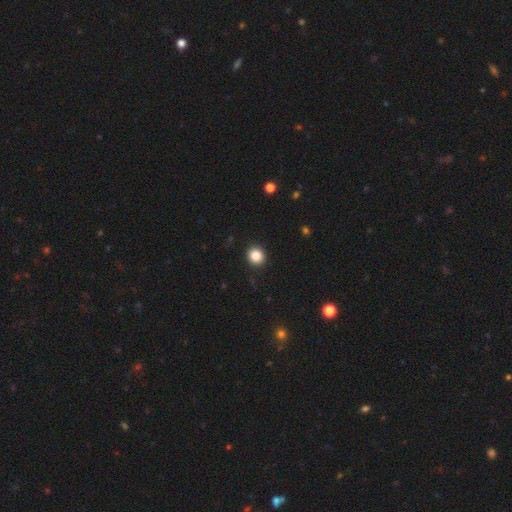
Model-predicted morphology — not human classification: Smooth or featured? smooth (86%)
How rounded? round (88%)
Merging? none (92%)